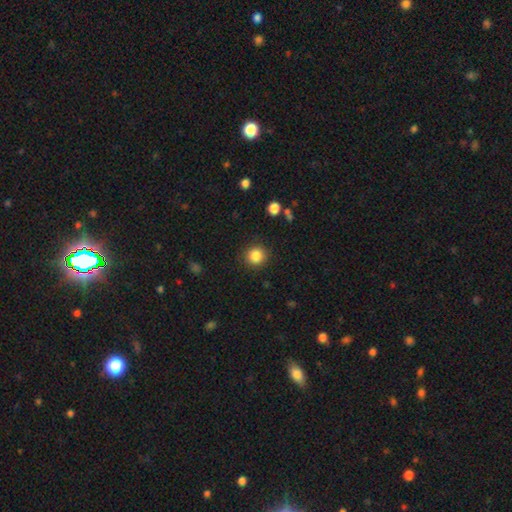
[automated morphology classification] This is clearly a smooth galaxy (85%). How rounded: clearly round (92%). Merging: clearly none (90%).